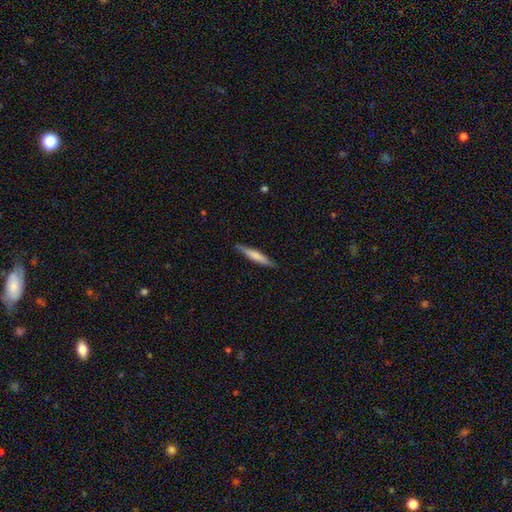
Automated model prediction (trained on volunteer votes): Q: Smooth or featured?
A: smooth (63%); runner-up: featured or disk (32%)
Q: How rounded?
A: cigar-shaped (93%); runner-up: in between (6%)
Q: Merging?
A: none (88%); runner-up: minor disturbance (9%)